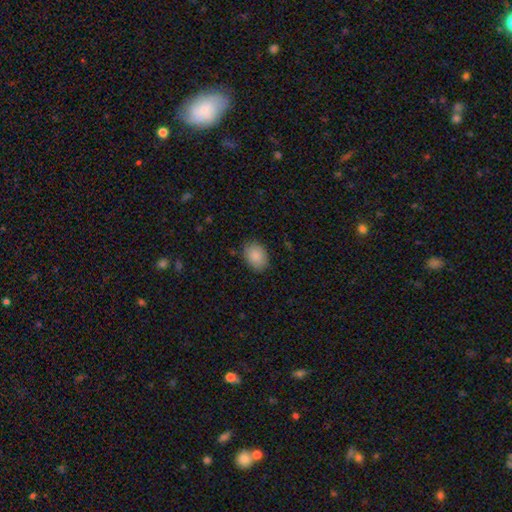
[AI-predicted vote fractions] Morphology: type=smooth (88%); roundness=in between (71%); merging=none (85%).